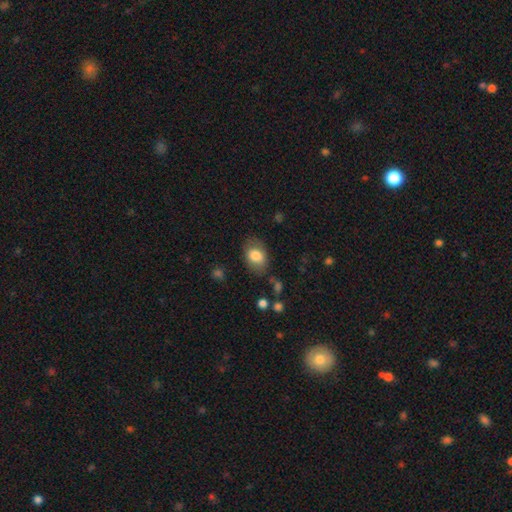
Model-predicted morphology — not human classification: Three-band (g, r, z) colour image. It shows a smooth galaxy with no disk features (79%) that is in between round and cigar-shaped (82%). Merging: none (74%).